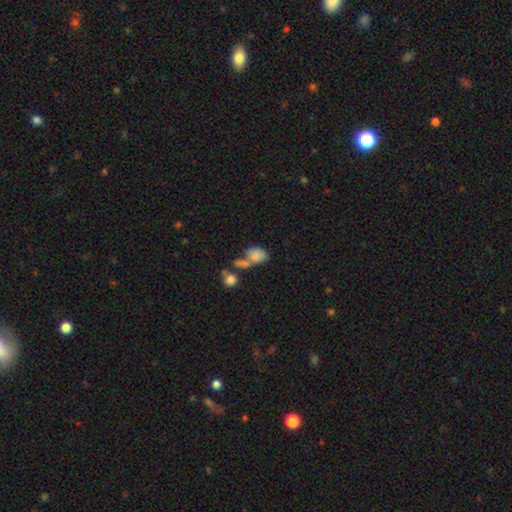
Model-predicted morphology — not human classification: Smooth or featured: smooth — 77% (featured or disk — 13%)
How rounded: in between — 76% (round — 23%)
Merging: merger — 49% (none — 26%)